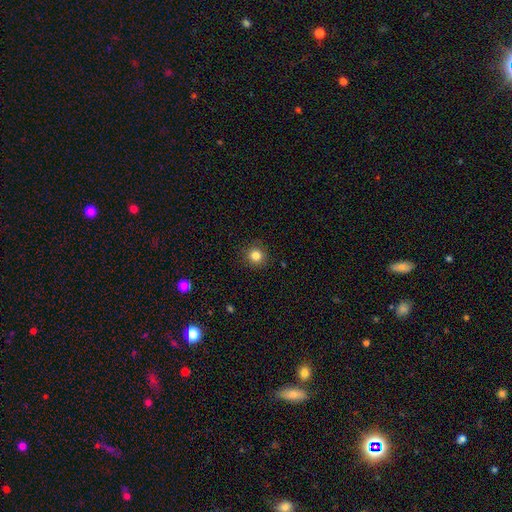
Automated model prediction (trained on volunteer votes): smooth_or_featured: smooth (p=0.83) [alt: star or artifact p=0.11]
how_rounded: round (p=0.93) [alt: in between p=0.06]
merging: none (p=0.91) [alt: minor disturbance p=0.06]